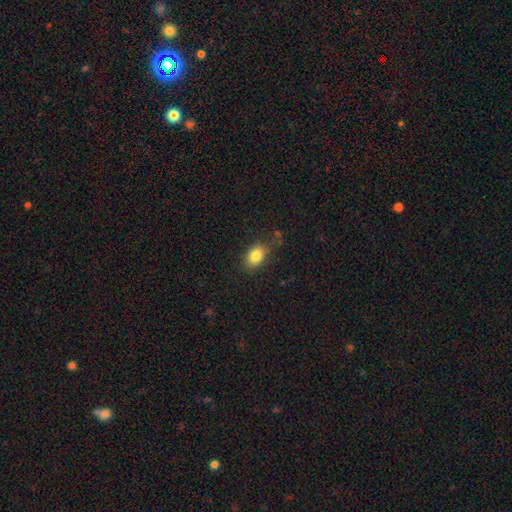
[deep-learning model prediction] Smooth or featured? Predicted: smooth (p=0.84). How rounded? Predicted: in between (p=0.80). Merging? Predicted: none (p=0.75).